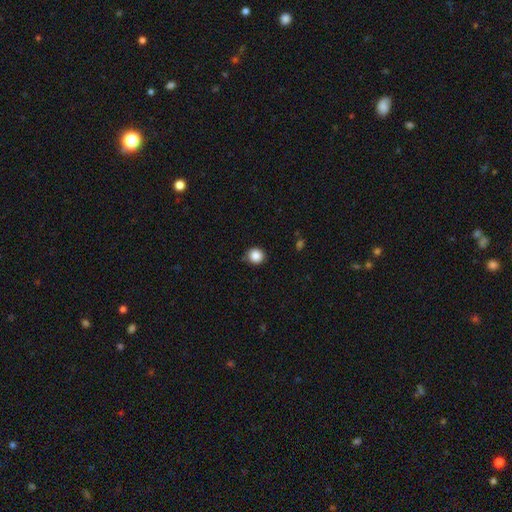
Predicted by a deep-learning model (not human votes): A smooth galaxy with no disk features (87%) that is round (88%).

Vote fractions:
- Smooth or featured? smooth: 87% / star or artifact: 10% / featured or disk: 3%
- How rounded? round: 88% / in between: 11% / cigar-shaped: 1%
- Merging? none: 84% / minor disturbance: 12% / major disturbance: 2% / merger: 2%